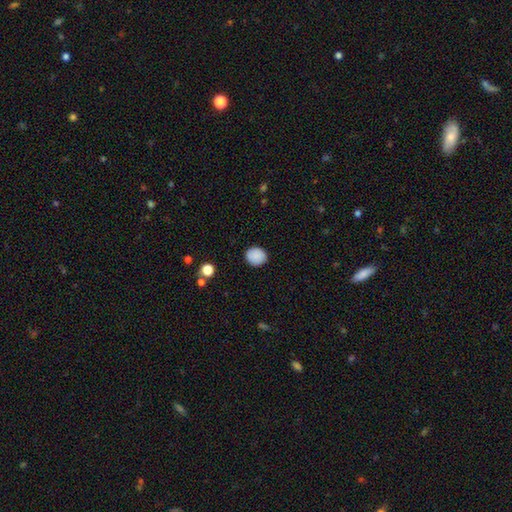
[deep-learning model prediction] Smooth or featured: smooth — 88% (star or artifact — 8%)
How rounded: round — 76% (in between — 23%)
Merging: none — 89% (minor disturbance — 8%)